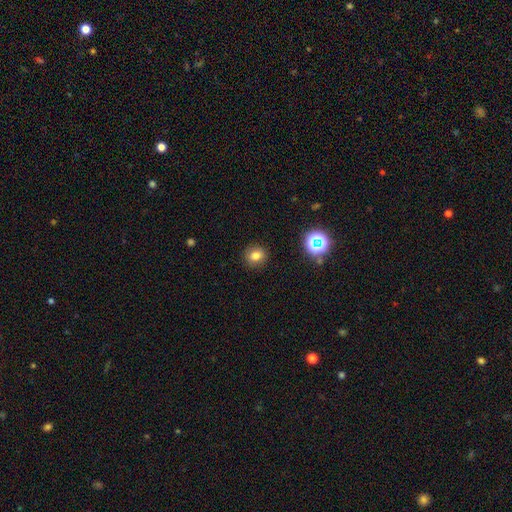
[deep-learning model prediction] Smooth or featured? Predicted: smooth (p=0.77). How rounded? Predicted: round (p=0.78). Merging? Predicted: none (p=0.89).